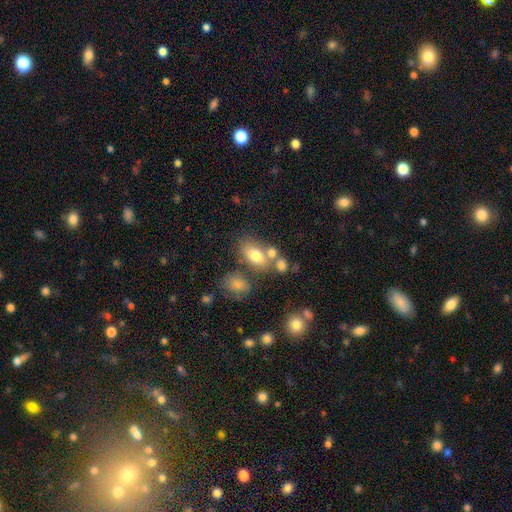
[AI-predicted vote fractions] Smooth or featured? smooth (73%)
How rounded? in between (84%)
Merging? none (49%)